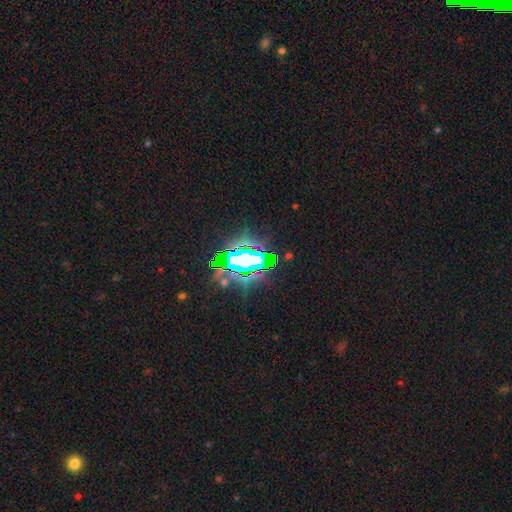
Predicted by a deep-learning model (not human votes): A star or artifact, not a galaxy (67%).

Vote fractions:
- Smooth or featured? star or artifact: 67% / featured or disk: 18% / smooth: 15%